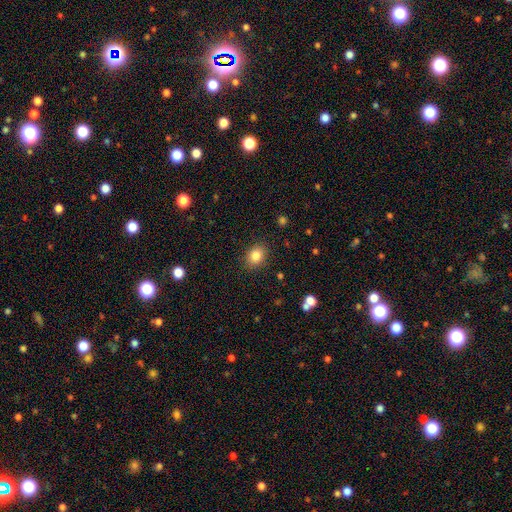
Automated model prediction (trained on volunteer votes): smooth 85%, star or artifact 10%, featured or disk 6%. Down the decision tree: how rounded — in between (55%); merging — none (87%).